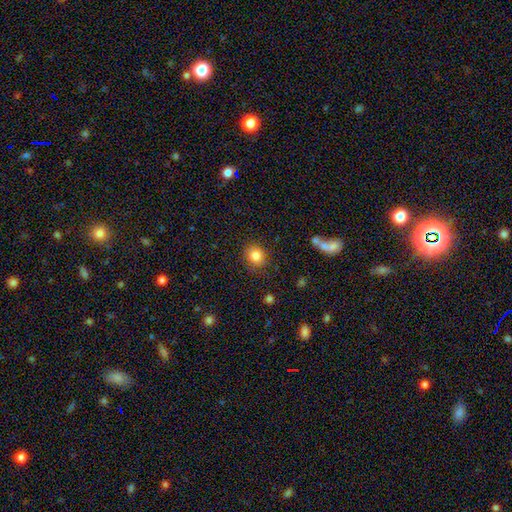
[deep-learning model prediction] Smooth or featured?
  - smooth: 84% *
  - star or artifact: 10%
  - featured or disk: 6%
How rounded?
  - round: 77% *
  - in between: 22%
  - cigar-shaped: 1%
Merging?
  - none: 85% *
  - minor disturbance: 10%
  - major disturbance: 3%
  - merger: 2%